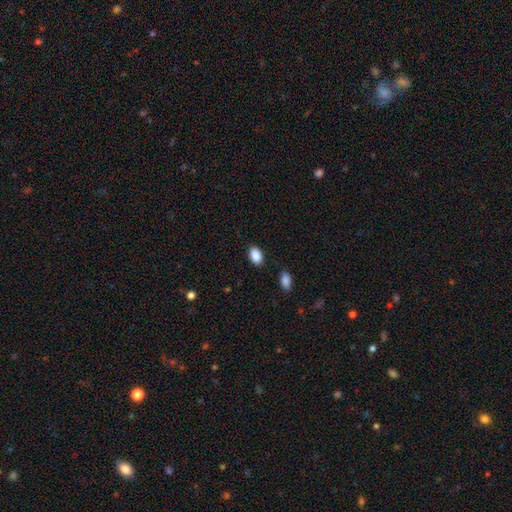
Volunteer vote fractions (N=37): Smooth or featured: smooth — 100%
How rounded: in between — 81% (round — 16%)
Merging: none — 89% (minor disturbance — 11%)